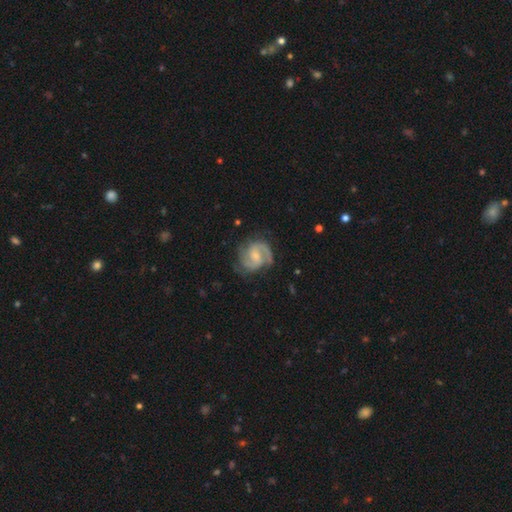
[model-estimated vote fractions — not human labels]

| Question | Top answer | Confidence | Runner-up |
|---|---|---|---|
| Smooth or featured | featured or disk | 87% | smooth (8%) |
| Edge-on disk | no | 98% | yes (2%) |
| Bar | weak | 52% | no (35%) |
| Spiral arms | yes | 97% | no (3%) |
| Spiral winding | medium | 52% | tight (34%) |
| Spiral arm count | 2 | 82% | 3 (7%) |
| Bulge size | small | 47% | moderate (38%) |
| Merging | none | 71% | minor disturbance (19%) |